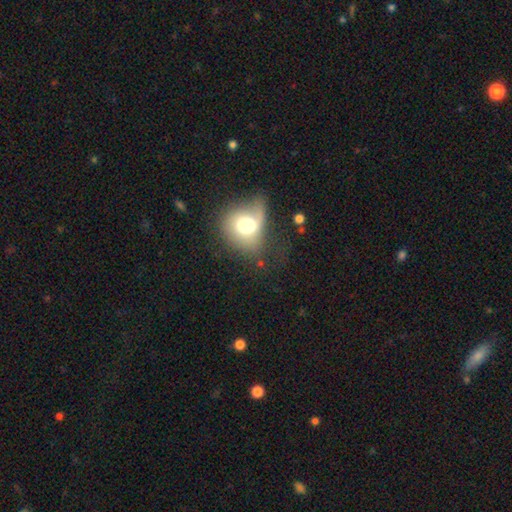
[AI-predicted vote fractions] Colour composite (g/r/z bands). It shows a smooth galaxy with no disk features (54%) that is round (71%). Merging: none (42%).